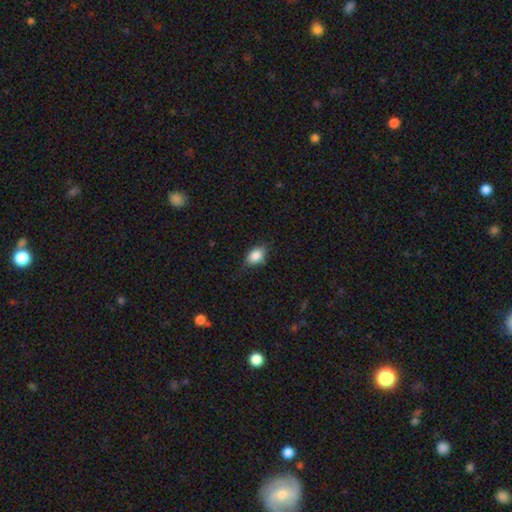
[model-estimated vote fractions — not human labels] Overall: smooth (84%). How rounded: in between (82%). Merging: none (73%).